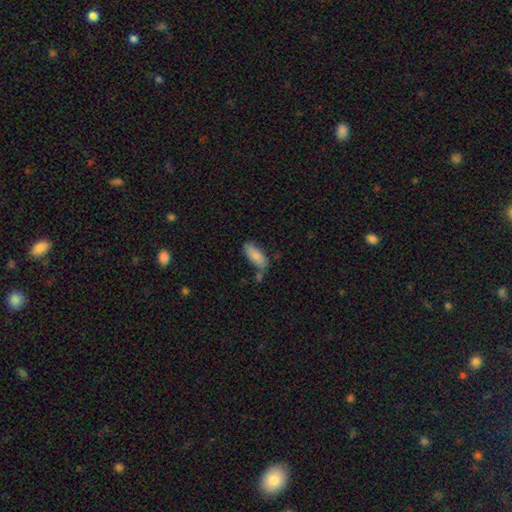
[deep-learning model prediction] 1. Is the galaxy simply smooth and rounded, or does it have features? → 84% smooth, 9% featured or disk, 6% star or artifact.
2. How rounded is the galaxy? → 78% in between, 20% cigar-shaped, 2% round.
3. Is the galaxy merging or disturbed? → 60% none, 22% minor disturbance, 13% merger, 6% major disturbance.